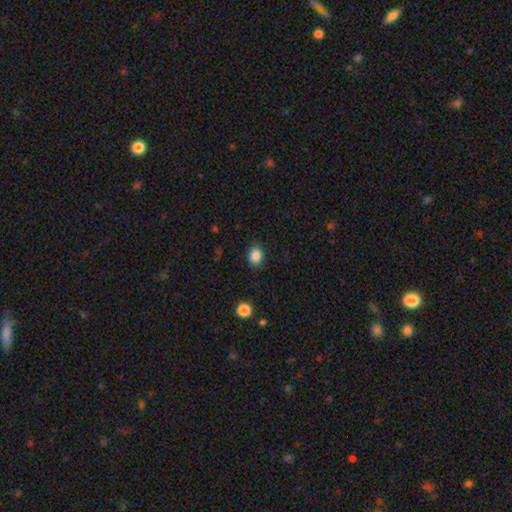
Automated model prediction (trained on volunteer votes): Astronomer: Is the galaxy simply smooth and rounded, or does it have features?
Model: smooth — 86%.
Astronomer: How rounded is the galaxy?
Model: in between — 56% (runner-up: round, 43%).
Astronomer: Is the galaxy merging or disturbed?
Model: none — 87%.